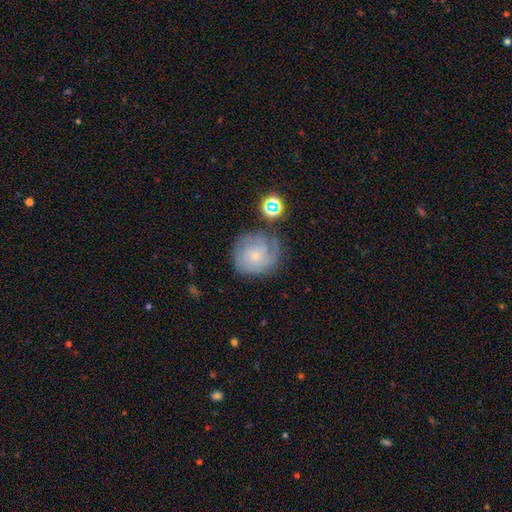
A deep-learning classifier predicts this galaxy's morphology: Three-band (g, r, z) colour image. It shows a featured or disk galaxy (55%) with no bar (81%), spiral arms (84%) and a small central bulge (75%). Merging: none (62%).